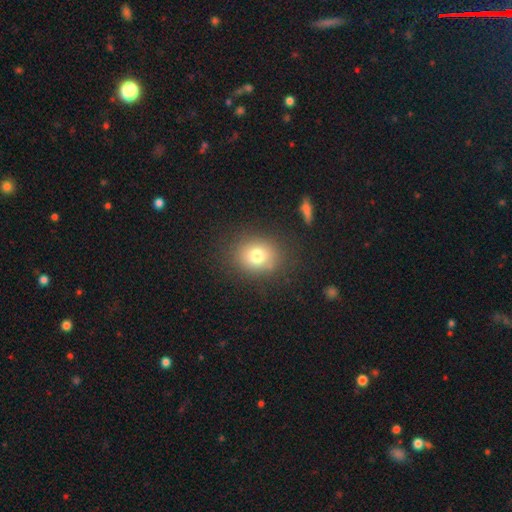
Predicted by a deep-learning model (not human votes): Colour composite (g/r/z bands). It shows a smooth galaxy with no disk features (76%) that is round (66%). Merging: none (84%).